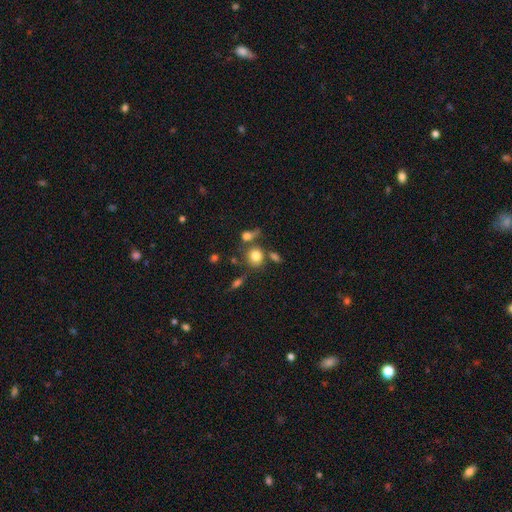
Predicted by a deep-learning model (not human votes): Smooth or featured?
  - smooth: 79% *
  - star or artifact: 12%
  - featured or disk: 9%
How rounded?
  - round: 76% *
  - in between: 22%
  - cigar-shaped: 2%
Merging?
  - none: 60% *
  - merger: 20%
  - minor disturbance: 13%
  - major disturbance: 7%